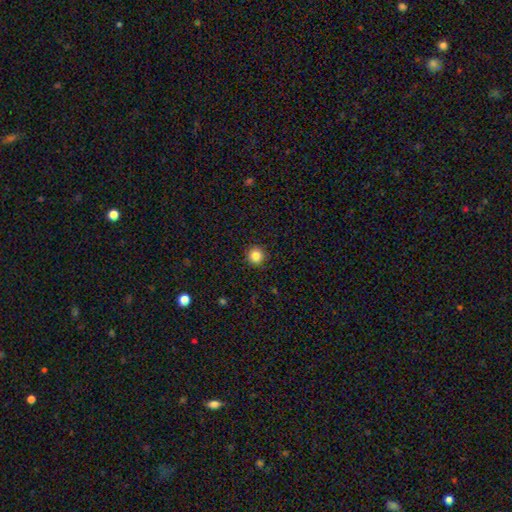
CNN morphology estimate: A smooth galaxy with no disk features (85%) that is round (95%). Merging: none (92%).